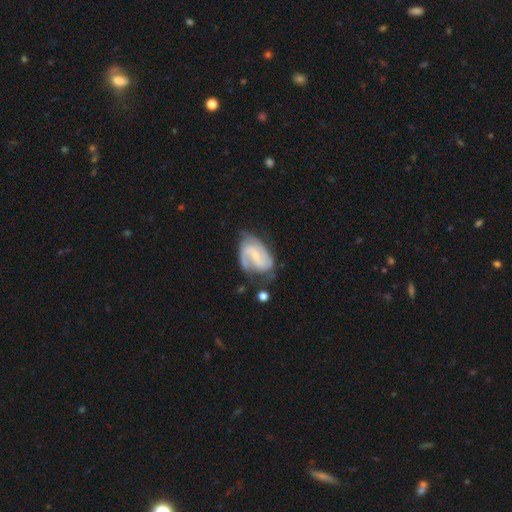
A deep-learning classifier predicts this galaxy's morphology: This appears to be a featured or disk galaxy (83%) with a weak bar (45%), 2 (67%) medium (48%) spiral arms (95%) and a small central bulge (66%). Merging: none (53%).